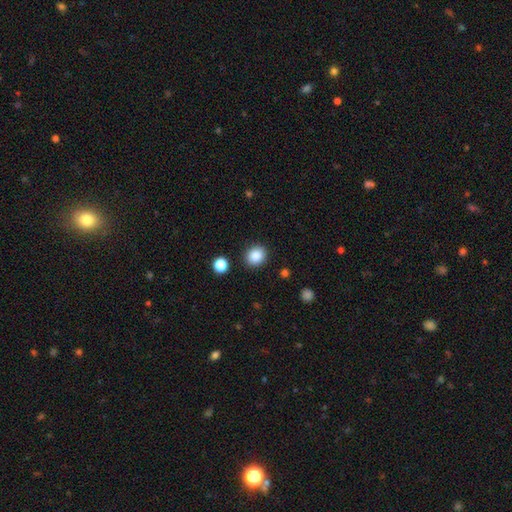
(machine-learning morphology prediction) type=smooth (87%); roundness=round (69%); merging=none (88%).